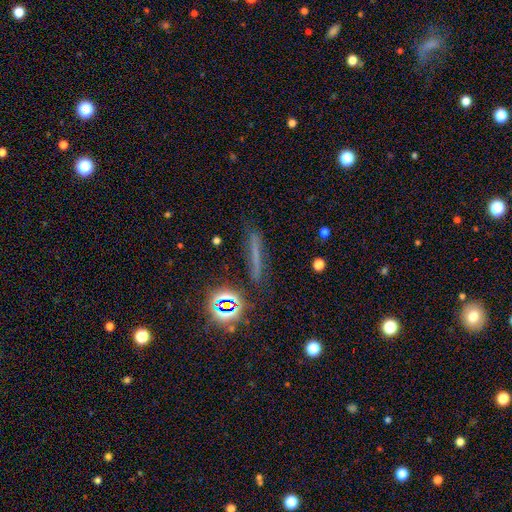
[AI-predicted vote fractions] Overall: smooth (47%; star or artifact 27%). Merging: none (81%).